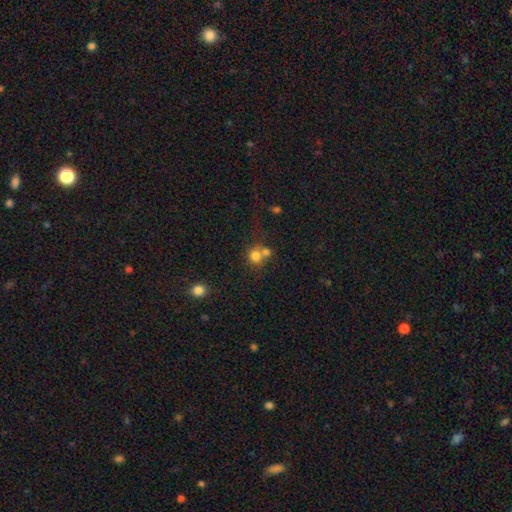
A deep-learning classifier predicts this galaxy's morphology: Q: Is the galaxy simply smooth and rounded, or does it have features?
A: smooth — 76%.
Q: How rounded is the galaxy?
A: round — 84%.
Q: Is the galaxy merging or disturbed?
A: merger — 44%.